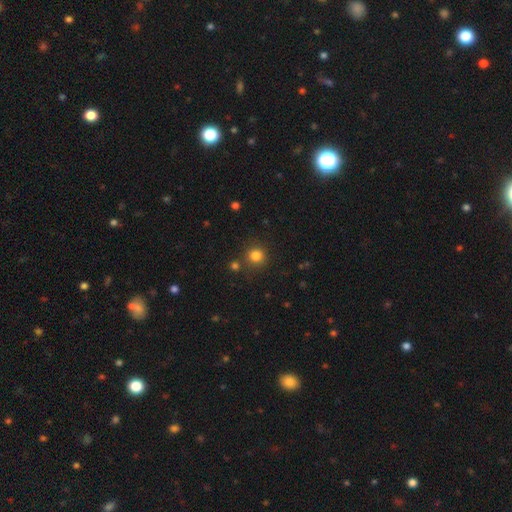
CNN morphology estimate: Smooth or featured: smooth — 81% (star or artifact — 14%)
How rounded: round — 90% (in between — 9%)
Merging: none — 81% (minor disturbance — 8%)